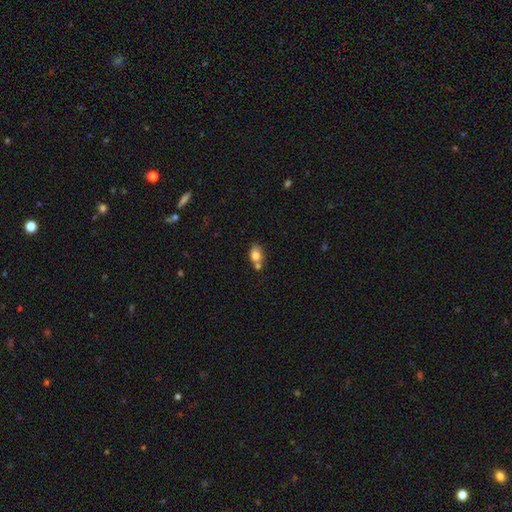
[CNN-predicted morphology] A smooth galaxy with no disk features (78%) that is in between round and cigar-shaped (70%).

Vote fractions:
- Smooth or featured? smooth: 78% / featured or disk: 13% / star or artifact: 9%
- How rounded? in between: 70% / round: 28% / cigar-shaped: 2%
- Merging? none: 47% / merger: 34% / minor disturbance: 15% / major disturbance: 4%